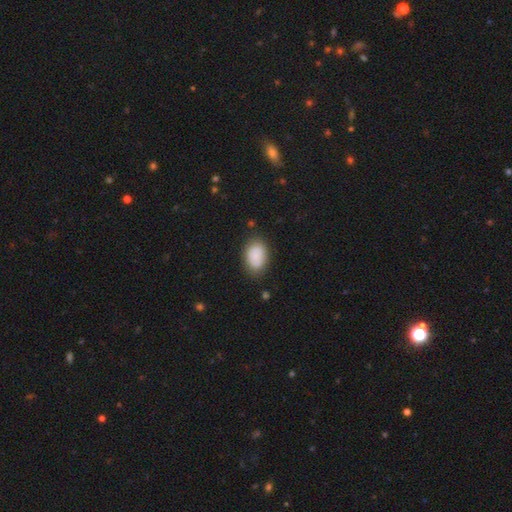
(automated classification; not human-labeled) Q: Smooth or featured?
A: smooth (84%); runner-up: featured or disk (9%)
Q: How rounded?
A: in between (86%); runner-up: round (12%)
Q: Merging?
A: none (79%); runner-up: minor disturbance (15%)